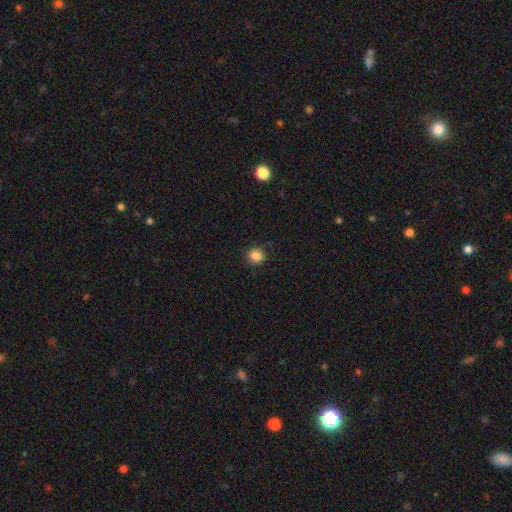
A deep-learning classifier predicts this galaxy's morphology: This appears to be a smooth galaxy with no disk features (85%) that is round (88%). Merging: none (87%).